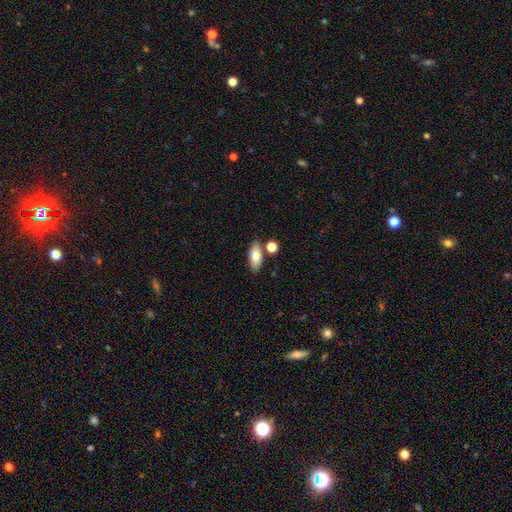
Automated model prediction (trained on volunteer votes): Smooth or featured? Predicted: smooth (p=0.76). How rounded? Predicted: in between (p=0.82). Merging? Predicted: none (p=0.77).